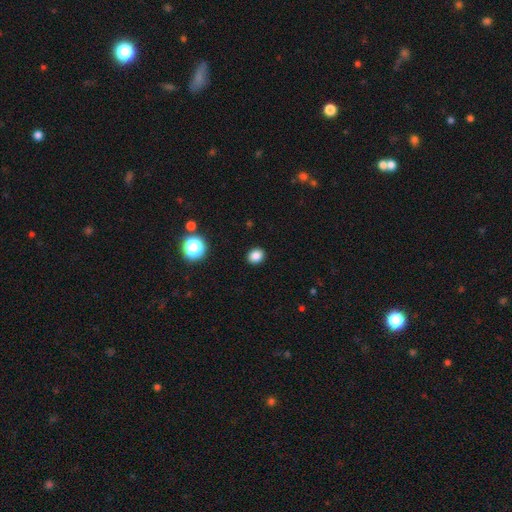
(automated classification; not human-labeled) The model was most divided on "how rounded": round: 65%, in between: 34%, cigar-shaped: 1%. More confident: merging — none (91%); smooth or featured — smooth (84%).